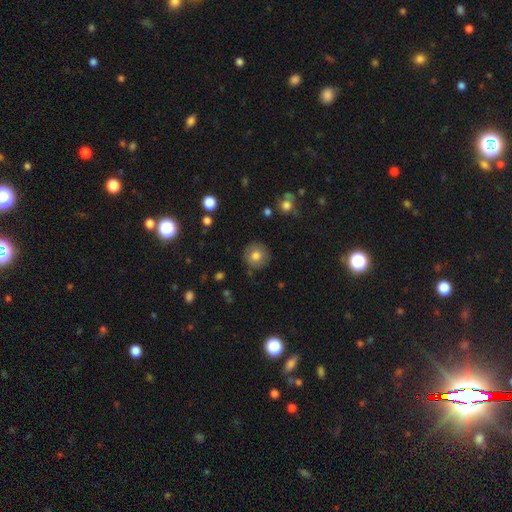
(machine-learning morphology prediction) A smooth galaxy with no disk features (77%) that is round (93%). Merging: none (84%).